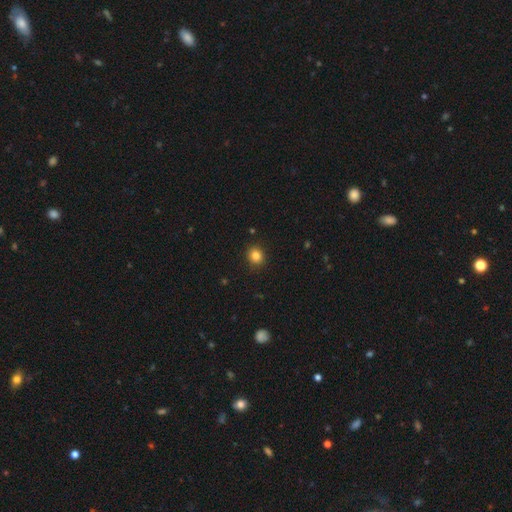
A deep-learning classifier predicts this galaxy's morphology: Smooth or featured? smooth (84%)
How rounded? round (76%)
Merging? none (90%)